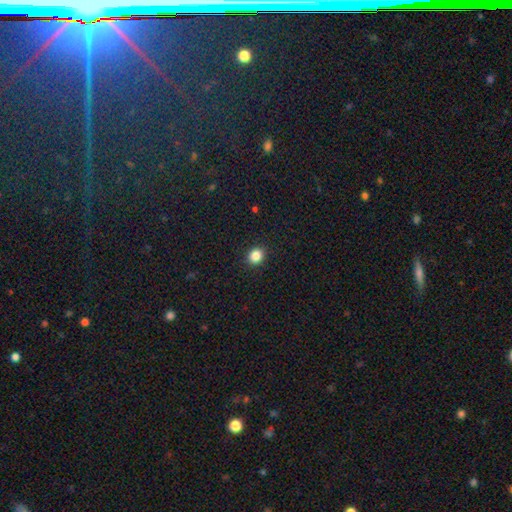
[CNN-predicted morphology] type=smooth (85%); roundness=round (76%); merging=none (92%).